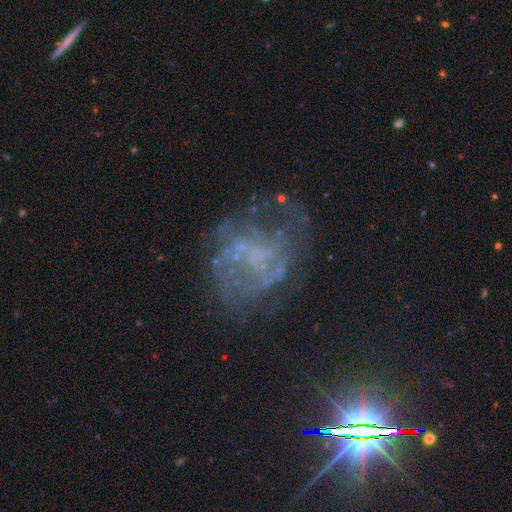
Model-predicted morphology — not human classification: Smooth or featured? featured or disk (63%)
Edge-on disk? no (98%)
Bar? no (77%)
Spiral arms? yes (52%)
Bulge size? none (72%)
Merging? none (54%)